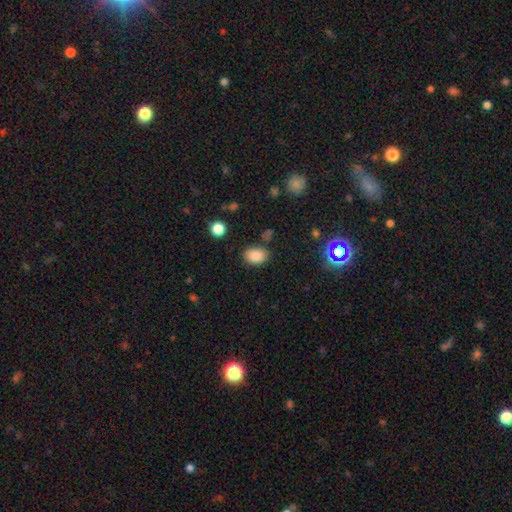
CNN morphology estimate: type=smooth (85%); roundness=in between (75%); merging=none (77%).